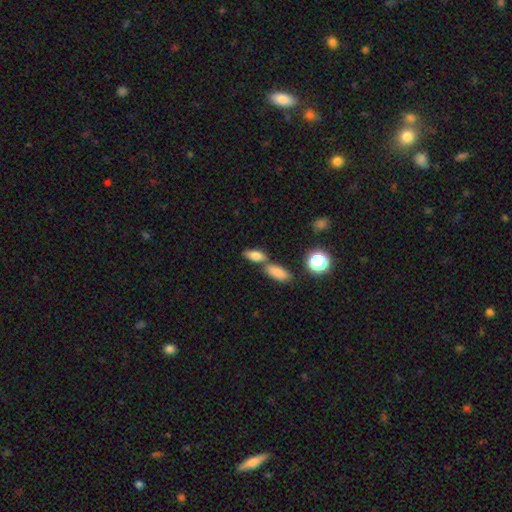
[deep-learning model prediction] Smooth or featured? smooth (78%)
How rounded? in between (78%)
Merging? none (51%)